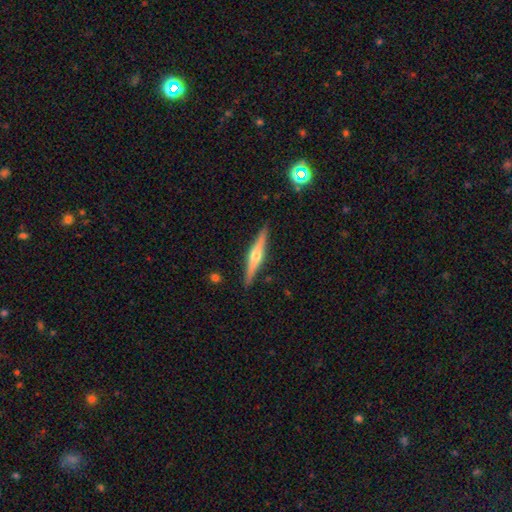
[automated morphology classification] type=featured or disk (71%); edge-on=yes (98%); edge-on bulge=rounded (93%); merging=none (90%).